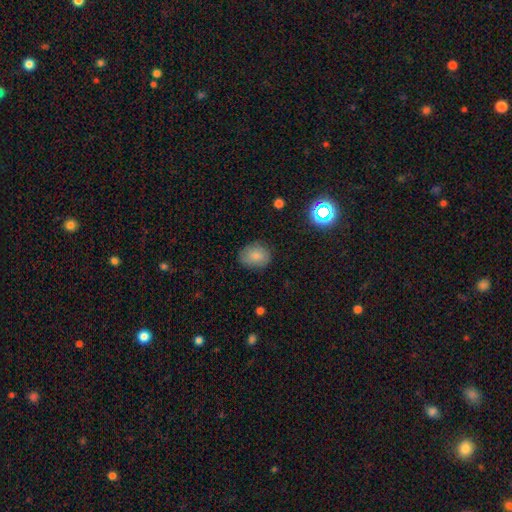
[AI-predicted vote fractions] Smooth or featured: smooth — 81% (star or artifact — 10%)
How rounded: round — 50% (in between — 49%)
Merging: none — 80% (minor disturbance — 15%)